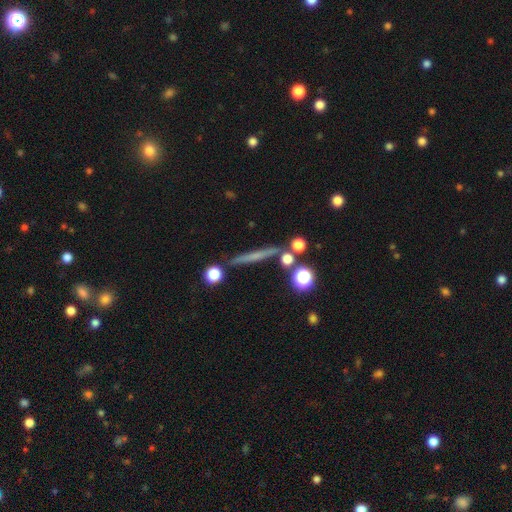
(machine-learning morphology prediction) A featured or disk galaxy (47%). Merging: none (82%).